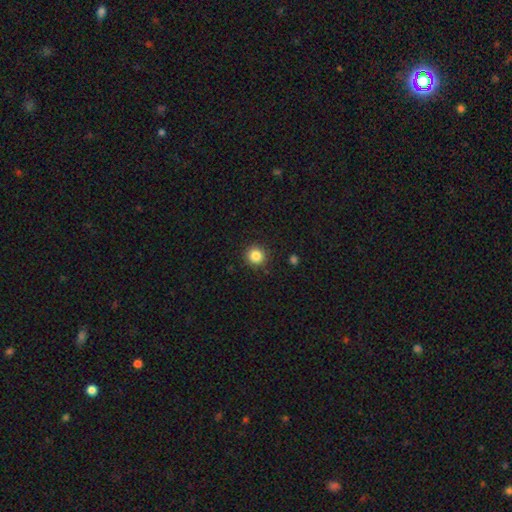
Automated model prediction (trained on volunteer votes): smooth_or_featured: smooth (p=0.85) [alt: star or artifact p=0.11]
how_rounded: round (p=0.93) [alt: in between p=0.06]
merging: none (p=0.91) [alt: minor disturbance p=0.06]